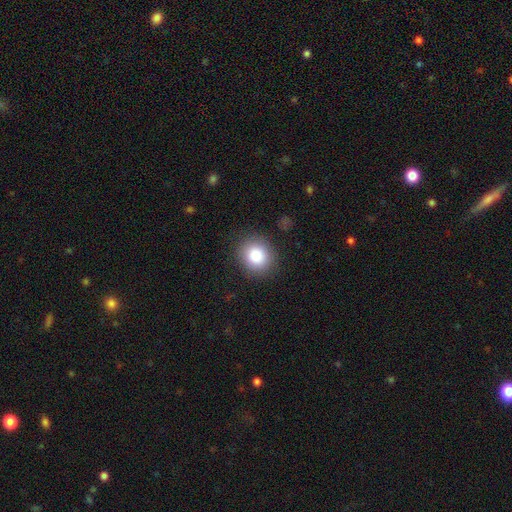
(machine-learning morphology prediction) The model was most divided on "how rounded": round: 82%, in between: 17%, cigar-shaped: 1%. More confident: merging — none (88%); smooth or featured — smooth (83%).